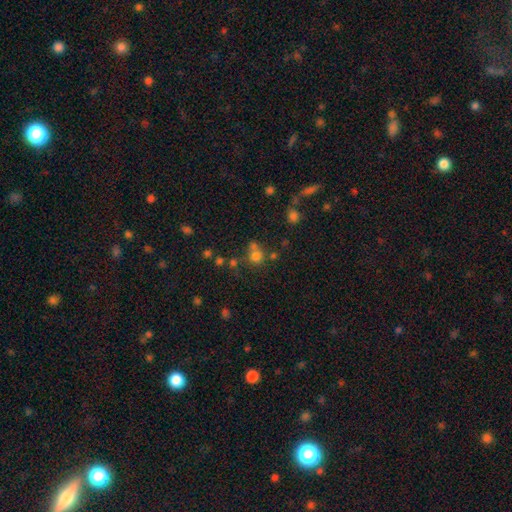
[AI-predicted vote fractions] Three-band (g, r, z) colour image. It shows a smooth galaxy with no disk features (72%) that is round (80%). Merging: none (51%).